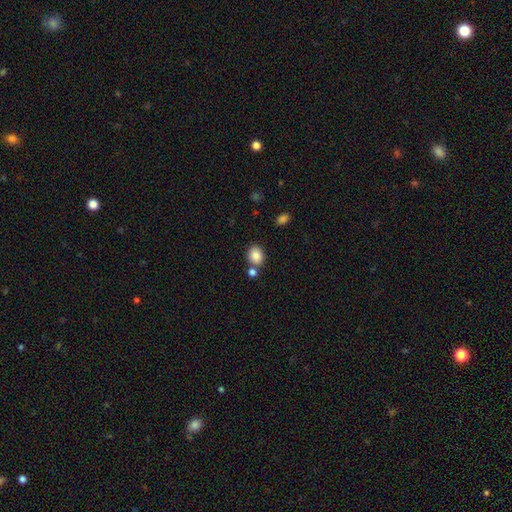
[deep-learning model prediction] Smooth or featured: smooth — 86% (star or artifact — 9%)
How rounded: in between — 50% (round — 49%)
Merging: none — 69% (merger — 17%)